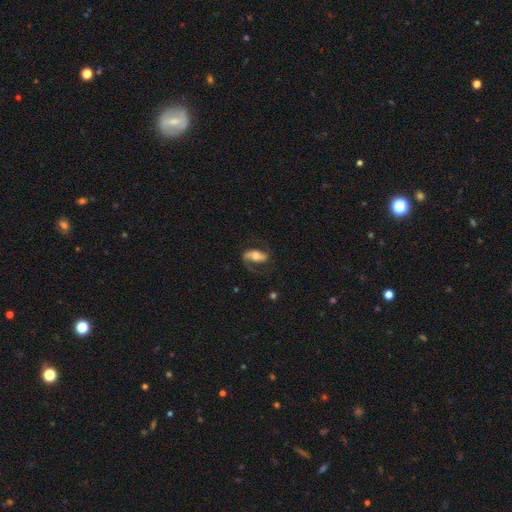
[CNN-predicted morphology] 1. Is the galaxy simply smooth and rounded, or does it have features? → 65% featured or disk, 29% smooth, 7% star or artifact.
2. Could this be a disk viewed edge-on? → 91% no, 9% yes.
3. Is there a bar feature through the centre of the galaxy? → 39% strong, 33% no, 28% weak.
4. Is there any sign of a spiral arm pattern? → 88% yes, 12% no.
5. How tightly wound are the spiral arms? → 43% loose, 41% medium, 16% tight.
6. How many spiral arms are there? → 79% 2, 14% 1, 5% can't tell, 1% 3, 1% 4, 1% more than 4.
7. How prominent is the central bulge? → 59% moderate, 22% large, 14% small, 3% dominant, 2% none.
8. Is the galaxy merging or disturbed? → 63% none, 18% minor disturbance, 17% major disturbance, 2% merger.